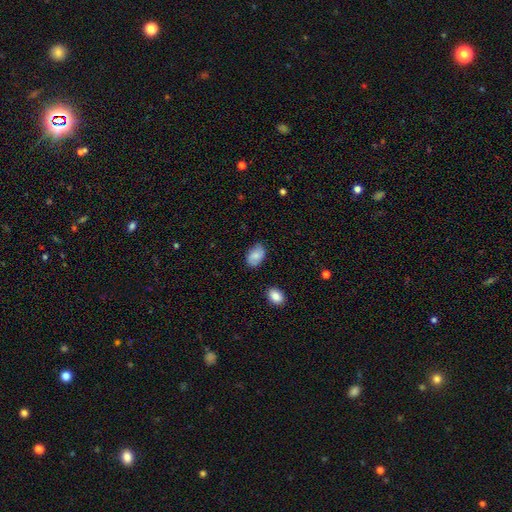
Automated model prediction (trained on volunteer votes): Smooth or featured? Predicted: smooth (p=0.79). How rounded? Predicted: in between (p=0.87). Merging? Predicted: none (p=0.77).